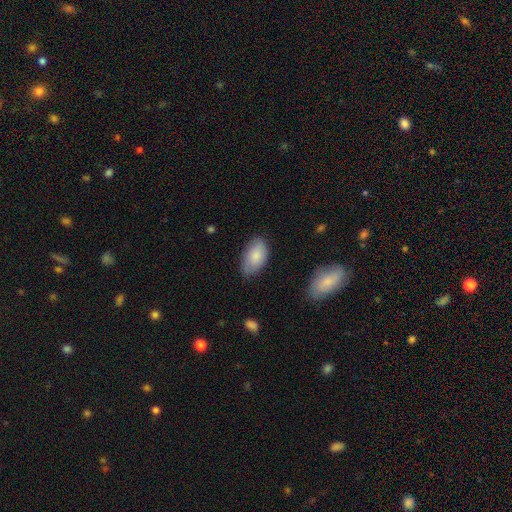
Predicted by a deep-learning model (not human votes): Smooth or featured? Predicted: smooth (p=0.84). How rounded? Predicted: in between (p=0.94). Merging? Predicted: none (p=0.71).